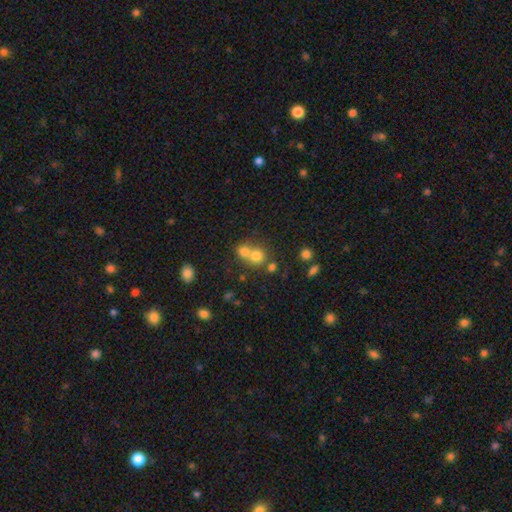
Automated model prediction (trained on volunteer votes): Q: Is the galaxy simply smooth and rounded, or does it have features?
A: smooth — 72%.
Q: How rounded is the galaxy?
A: round — 83%.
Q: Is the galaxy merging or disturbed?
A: merger — 56%.